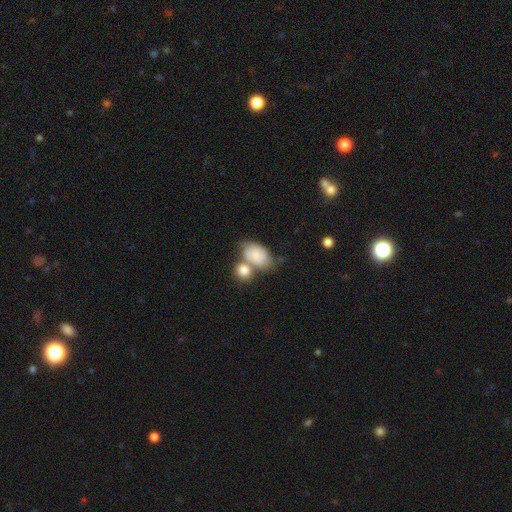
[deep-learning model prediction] smooth_or_featured: smooth (p=0.66) [alt: featured or disk p=0.27]
how_rounded: in between (p=0.79) [alt: round p=0.19]
merging: merger (p=0.48) [alt: none p=0.29]